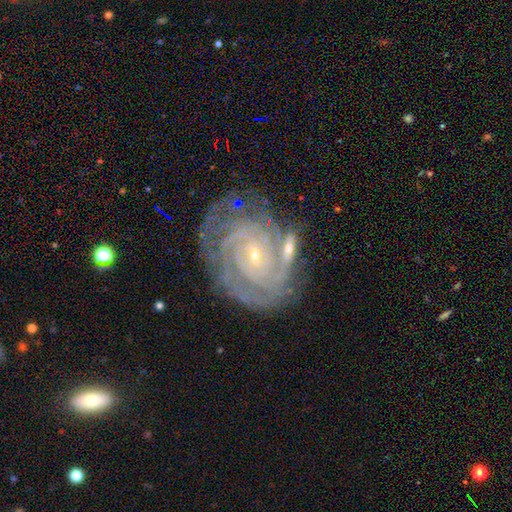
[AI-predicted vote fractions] featured or disk 89%, star or artifact 6%, smooth 5%. Down the decision tree: edge-on disk — no (97%); bar — no (62%); spiral arms — yes (98%); spiral arm count — can't tell (24%); spiral winding — tight (84%); bulge size — small (85%); merging — none (64%).